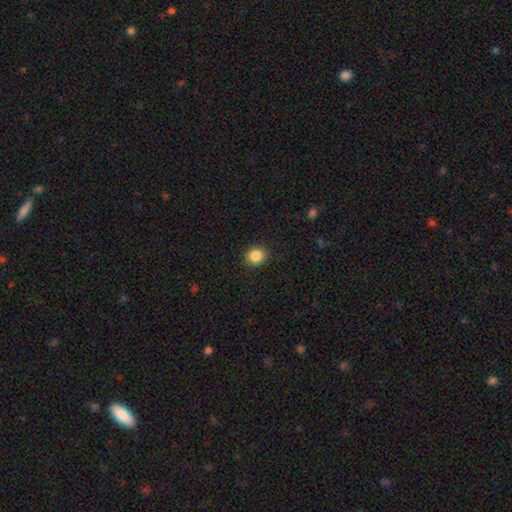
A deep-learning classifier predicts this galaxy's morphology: This appears to be a smooth galaxy with no disk features (86%) that is round (83%). Merging: none (91%).